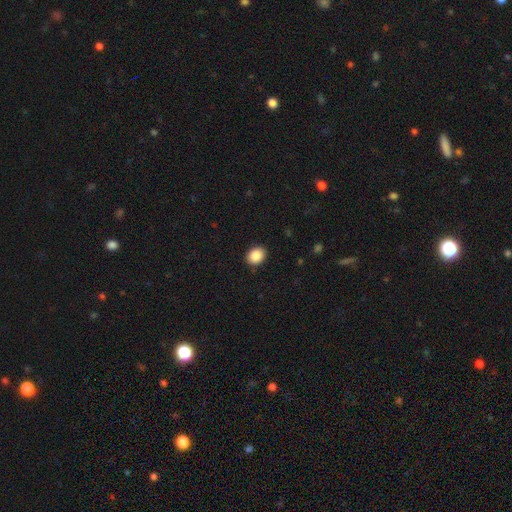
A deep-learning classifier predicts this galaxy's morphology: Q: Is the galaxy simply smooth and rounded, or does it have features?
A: smooth — 89%.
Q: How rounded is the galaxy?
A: in between — 52%.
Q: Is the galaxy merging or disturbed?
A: none — 90%.